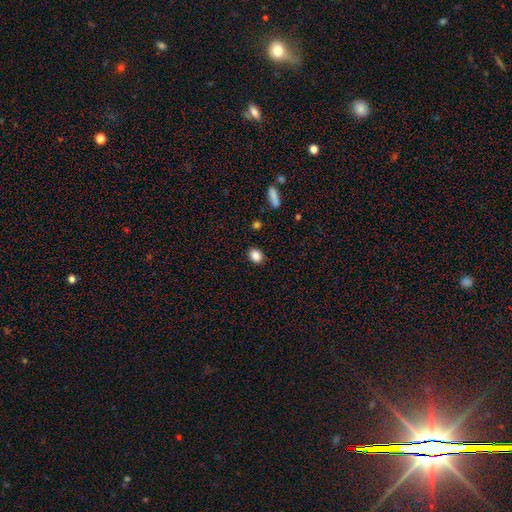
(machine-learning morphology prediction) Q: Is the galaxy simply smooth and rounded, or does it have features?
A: smooth — 87%.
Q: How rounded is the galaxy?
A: in between — 53%.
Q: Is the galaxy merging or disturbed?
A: none — 87%.